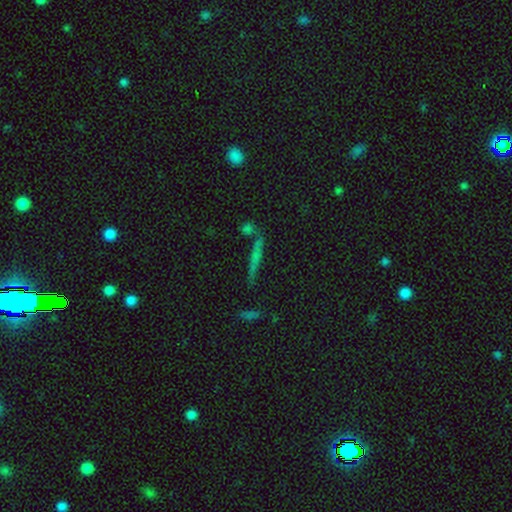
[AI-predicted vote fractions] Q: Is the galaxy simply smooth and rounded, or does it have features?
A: featured or disk — 41%.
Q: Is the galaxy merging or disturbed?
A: none — 72%.